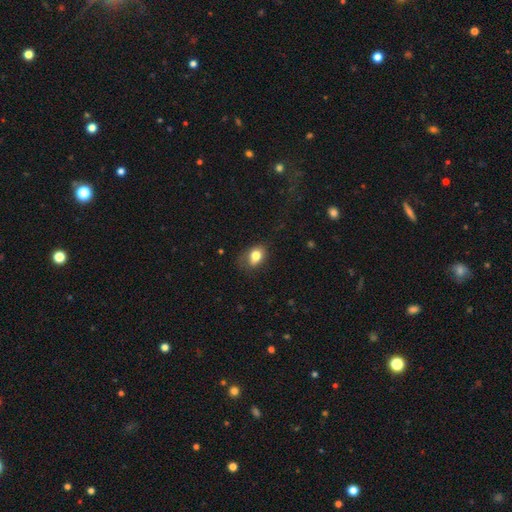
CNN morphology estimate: A smooth galaxy with no disk features (79%) that is in between round and cigar-shaped (73%).

Vote fractions:
- Smooth or featured? smooth: 79% / featured or disk: 11% / star or artifact: 9%
- How rounded? in between: 73% / round: 26% / cigar-shaped: 1%
- Merging? none: 63% / minor disturbance: 25% / major disturbance: 10% / merger: 1%